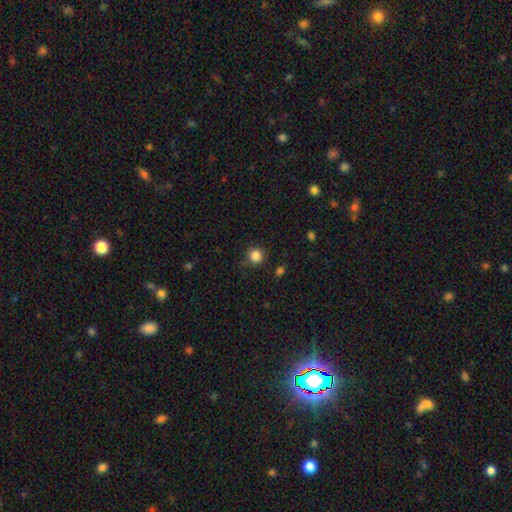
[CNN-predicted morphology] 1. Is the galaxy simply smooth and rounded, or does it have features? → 85% smooth, 12% star or artifact, 4% featured or disk.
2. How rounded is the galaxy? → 94% round, 5% in between, 1% cigar-shaped.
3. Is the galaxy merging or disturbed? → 88% none, 8% minor disturbance, 3% major disturbance, 2% merger.